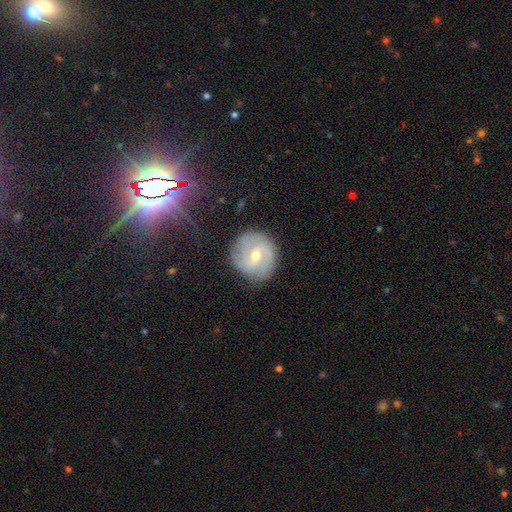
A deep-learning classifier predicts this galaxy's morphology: smooth_or_featured: featured or disk (p=0.75) [alt: smooth p=0.16]
disk_edge_on: no (p=0.97) [alt: yes p=0.03]
bar: weak (p=0.49) [alt: no p=0.35]
has_spiral_arms: yes (p=0.92) [alt: no p=0.08]
spiral_winding: tight (p=0.55) [alt: medium p=0.34]
spiral_arm_count: 2 (p=0.33) [alt: can't tell p=0.26]
bulge_size: moderate (p=0.52) [alt: small p=0.45]
merging: none (p=0.82) [alt: minor disturbance p=0.13]